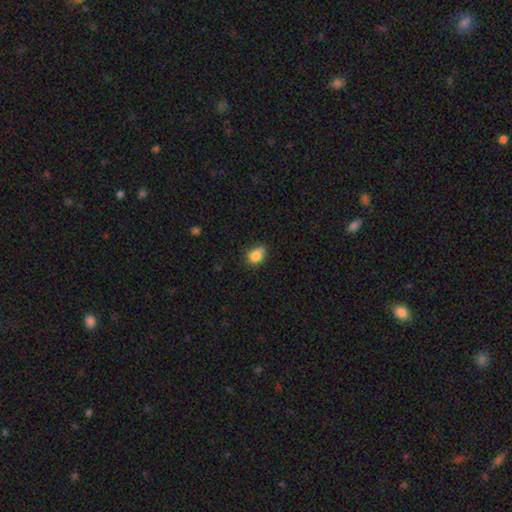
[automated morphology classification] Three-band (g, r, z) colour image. It shows a smooth galaxy with no disk features (82%) that is in between round and cigar-shaped (54%). Merging: none (57%).